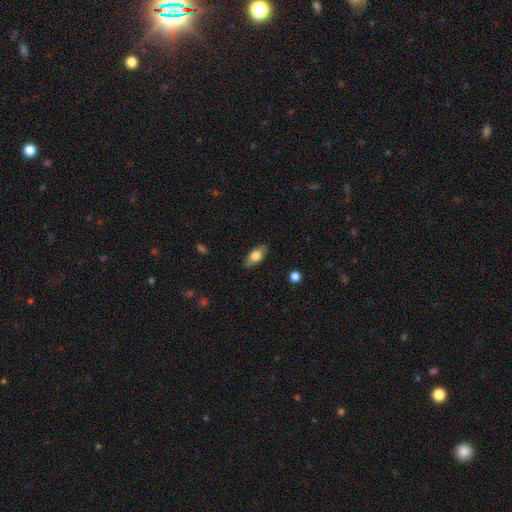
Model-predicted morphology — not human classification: smooth_or_featured: smooth (p=0.70) [alt: featured or disk p=0.24]
how_rounded: in between (p=0.84) [alt: cigar-shaped p=0.12]
merging: none (p=0.86) [alt: minor disturbance p=0.11]